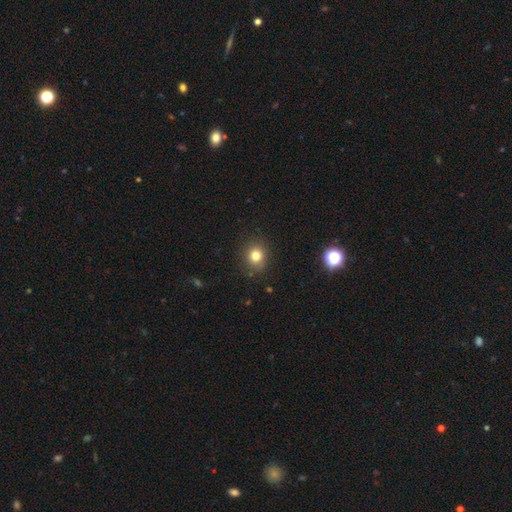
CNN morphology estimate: Q: Smooth or featured?
A: smooth (80%); runner-up: star or artifact (13%)
Q: How rounded?
A: round (78%); runner-up: in between (21%)
Q: Merging?
A: none (88%); runner-up: minor disturbance (8%)